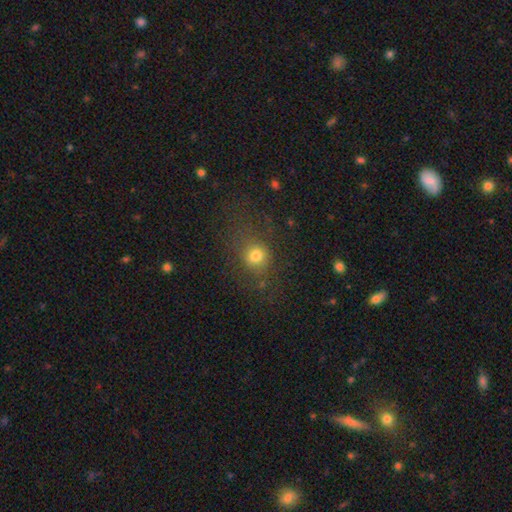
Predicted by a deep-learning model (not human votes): Morphology: type=smooth (72%); roundness=round (73%); merging=none (66%).